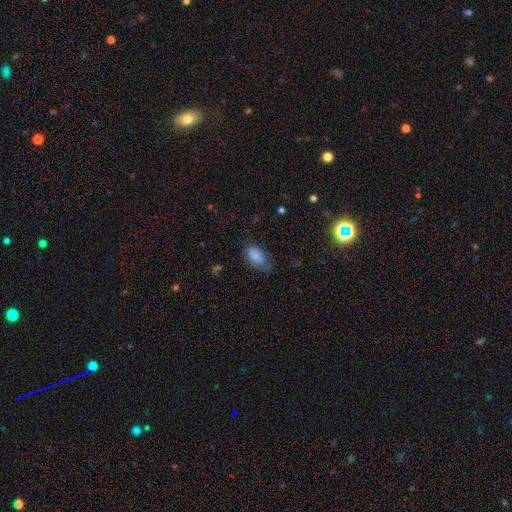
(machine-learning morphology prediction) Q: Smooth or featured?
A: smooth (78%); runner-up: featured or disk (13%)
Q: How rounded?
A: in between (91%); runner-up: round (7%)
Q: Merging?
A: none (54%); runner-up: minor disturbance (30%)